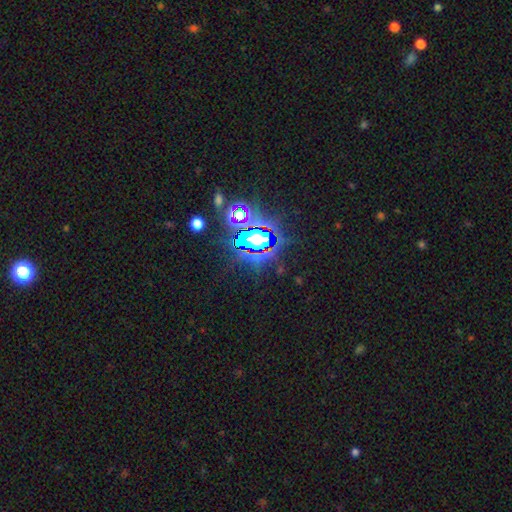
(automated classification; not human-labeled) A star or artifact, not a galaxy (82%).